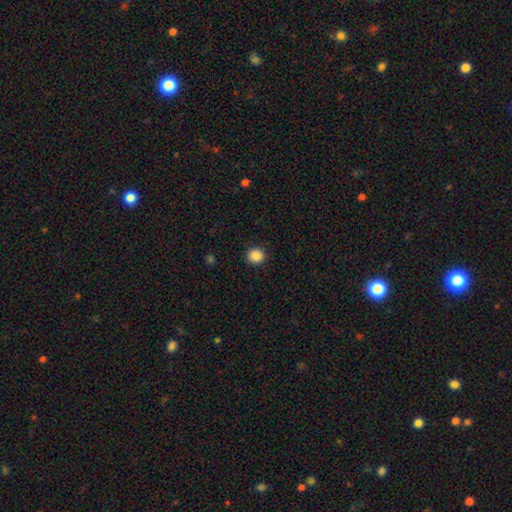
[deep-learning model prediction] Smooth or featured? Predicted: smooth (p=0.88). How rounded? Predicted: round (p=0.88). Merging? Predicted: none (p=0.91).